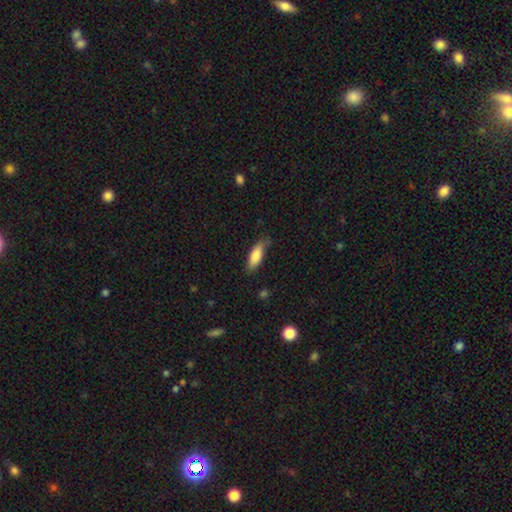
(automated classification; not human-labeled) Q: Smooth or featured?
A: smooth (84%); runner-up: featured or disk (10%)
Q: How rounded?
A: in between (65%); runner-up: cigar-shaped (33%)
Q: Merging?
A: none (72%); runner-up: minor disturbance (22%)